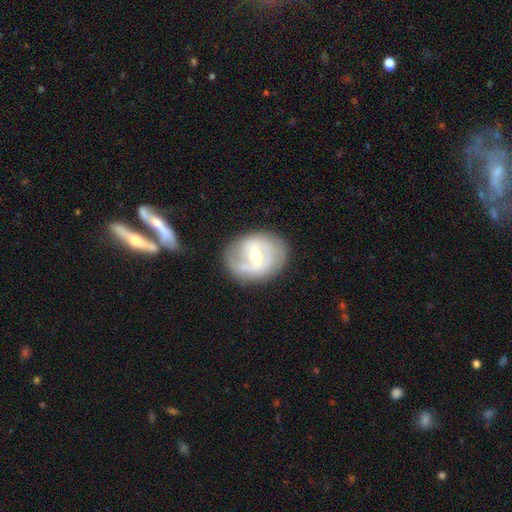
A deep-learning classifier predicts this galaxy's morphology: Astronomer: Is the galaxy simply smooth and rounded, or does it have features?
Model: featured or disk — 73%.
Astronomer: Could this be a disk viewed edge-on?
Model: no — 96%.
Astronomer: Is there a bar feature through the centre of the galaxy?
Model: weak — 48% (runner-up: strong, 39%).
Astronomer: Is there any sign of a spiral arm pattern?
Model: yes — 77%.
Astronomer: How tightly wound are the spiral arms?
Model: tight — 39%, tied with medium at 39%.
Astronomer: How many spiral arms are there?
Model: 2 — 63%.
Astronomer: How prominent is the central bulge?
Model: moderate — 61%.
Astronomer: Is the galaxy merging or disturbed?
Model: none — 69%.